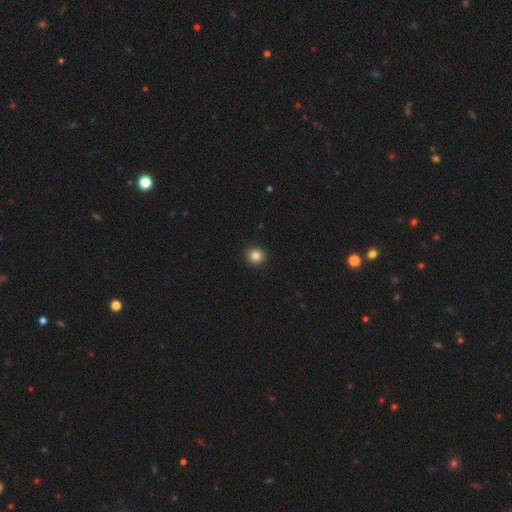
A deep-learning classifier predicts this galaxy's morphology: A smooth galaxy with no disk features (84%) that is round (91%).

Vote fractions:
- Smooth or featured? smooth: 84% / star or artifact: 11% / featured or disk: 5%
- How rounded? round: 91% / in between: 8% / cigar-shaped: 1%
- Merging? none: 93% / minor disturbance: 4% / major disturbance: 1% / merger: 1%